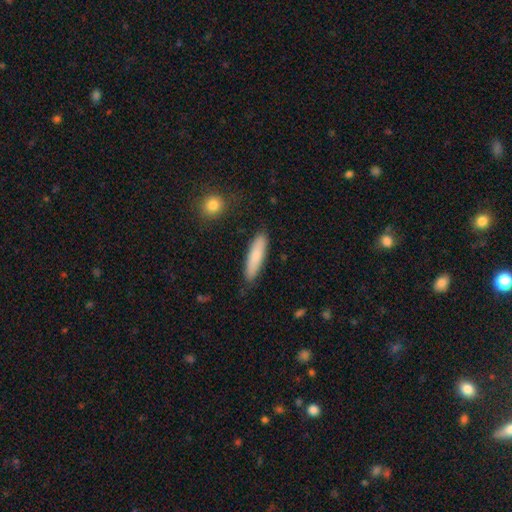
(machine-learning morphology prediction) smooth_or_featured: smooth (p=0.80) [alt: featured or disk p=0.14]
how_rounded: cigar-shaped (p=0.76) [alt: in between p=0.22]
merging: none (p=0.87) [alt: minor disturbance p=0.10]